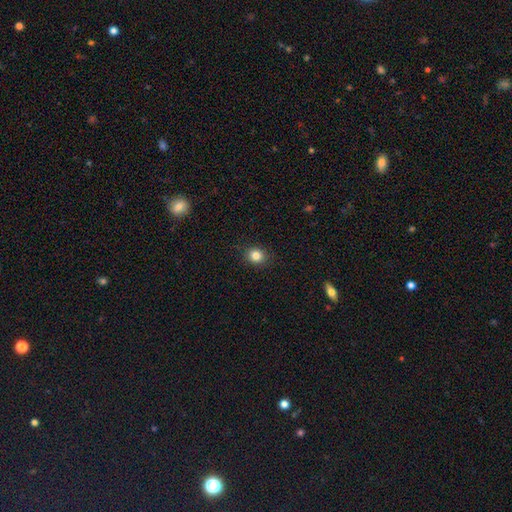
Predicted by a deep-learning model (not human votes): smooth-or-featured: smooth: 83% | star or artifact: 11% | featured or disk: 5%
  how-rounded: round: 73% | in between: 26% | cigar-shaped: 1%
  merging: none: 89% | minor disturbance: 8% | major disturbance: 2% | merger: 1%